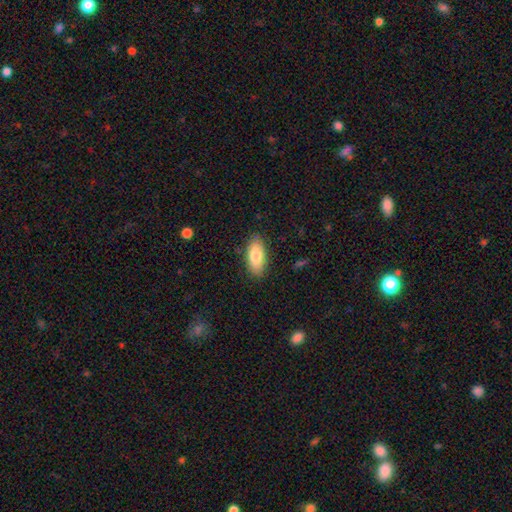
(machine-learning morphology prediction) Smooth or featured? Predicted: smooth (p=0.82). How rounded? Predicted: in between (p=0.87). Merging? Predicted: none (p=0.85).